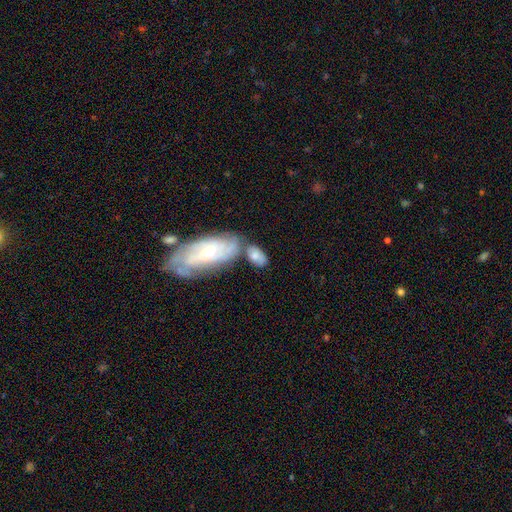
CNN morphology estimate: A smooth galaxy with no disk features (64%) that is in between round and cigar-shaped (90%).

Vote fractions:
- Smooth or featured? smooth: 64% / featured or disk: 29% / star or artifact: 7%
- How rounded? in between: 90% / round: 6% / cigar-shaped: 4%
- Merging? none: 45% / merger: 30% / minor disturbance: 18% / major disturbance: 7%